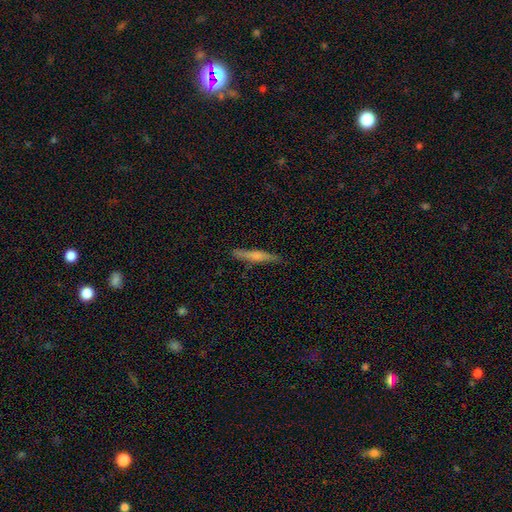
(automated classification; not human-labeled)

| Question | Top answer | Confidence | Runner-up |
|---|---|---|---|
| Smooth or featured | smooth | 51% | featured or disk (43%) |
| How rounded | cigar-shaped | 92% | in between (6%) |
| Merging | none | 85% | minor disturbance (11%) |